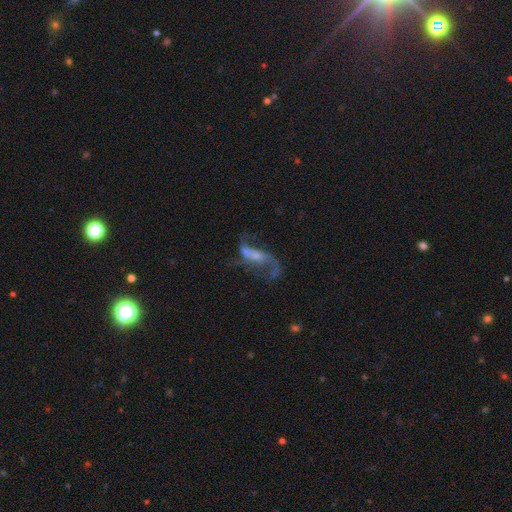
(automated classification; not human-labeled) Smooth or featured? Predicted: featured or disk (p=0.76). Edge-on disk? Predicted: no (p=0.92). Bar? Predicted: no (p=0.44). Spiral arms? Predicted: yes (p=0.81). Spiral winding? Predicted: loose (p=0.84). Spiral arm count? Predicted: 2 (p=0.76). Bulge size? Predicted: small (p=0.40). Merging? Predicted: none (p=0.38).